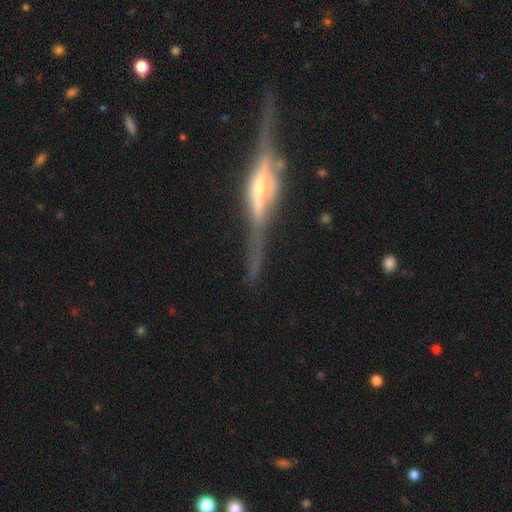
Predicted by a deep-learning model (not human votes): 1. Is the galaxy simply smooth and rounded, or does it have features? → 88% featured or disk, 6% smooth, 6% star or artifact.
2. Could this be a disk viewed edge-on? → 96% yes, 4% no.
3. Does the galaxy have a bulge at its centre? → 54% rounded, 39% boxy, 7% none.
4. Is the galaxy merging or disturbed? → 81% none, 13% minor disturbance, 5% major disturbance, 2% merger.